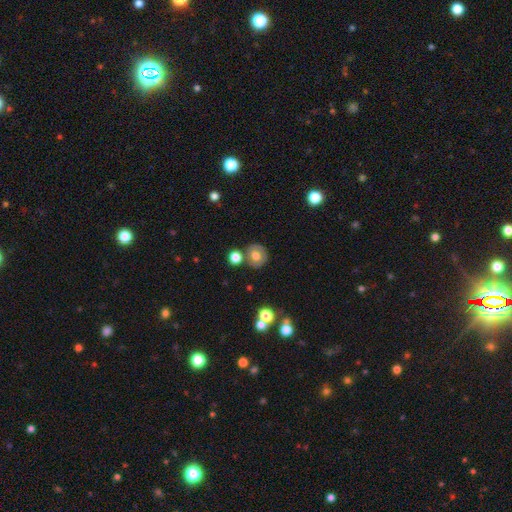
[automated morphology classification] smooth-or-featured: smooth: 60% | featured or disk: 31% | star or artifact: 10%
  how-rounded: round: 79% | in between: 20% | cigar-shaped: 1%
  merging: none: 72% | minor disturbance: 13% | merger: 11% | major disturbance: 4%